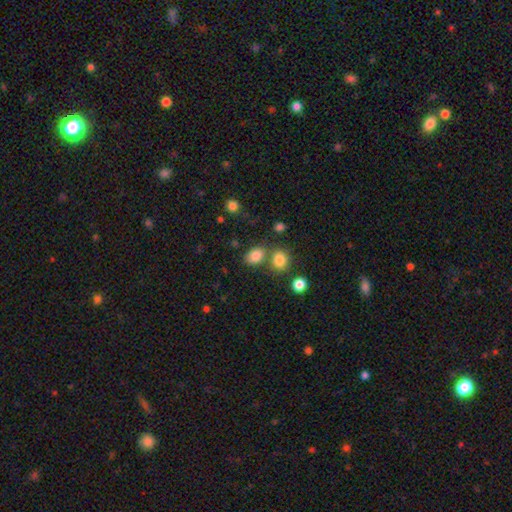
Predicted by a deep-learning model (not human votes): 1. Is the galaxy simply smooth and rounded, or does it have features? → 83% smooth, 11% star or artifact, 6% featured or disk.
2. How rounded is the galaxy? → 71% in between, 28% round, 1% cigar-shaped.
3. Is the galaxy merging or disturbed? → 61% none, 23% merger, 11% minor disturbance, 4% major disturbance.